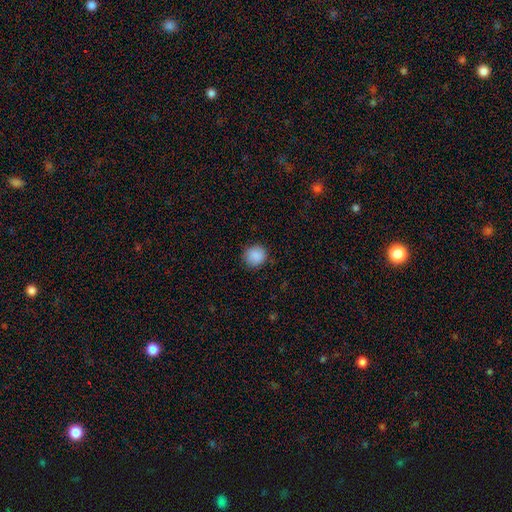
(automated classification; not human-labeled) This is clearly a smooth galaxy (89%). How rounded: clearly round (91%). Merging: clearly none (88%).